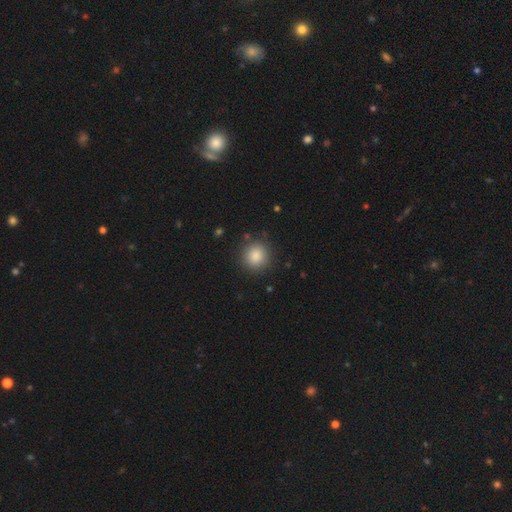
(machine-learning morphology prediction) smooth_or_featured: smooth (p=0.86) [alt: star or artifact p=0.09]
how_rounded: round (p=0.92) [alt: in between p=0.07]
merging: none (p=0.89) [alt: minor disturbance p=0.07]